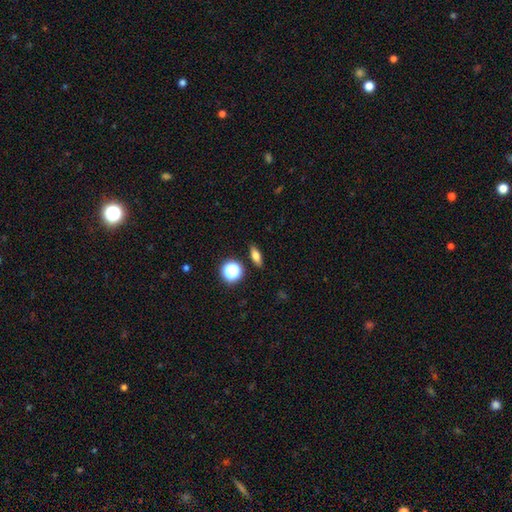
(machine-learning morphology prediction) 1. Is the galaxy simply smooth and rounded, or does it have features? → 69% smooth, 18% featured or disk, 13% star or artifact.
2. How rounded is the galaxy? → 60% in between, 26% cigar-shaped, 14% round.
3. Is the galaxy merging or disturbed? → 87% none, 8% minor disturbance, 2% major disturbance, 2% merger.